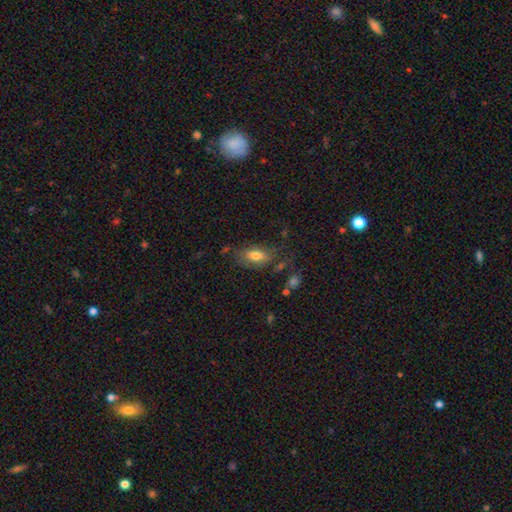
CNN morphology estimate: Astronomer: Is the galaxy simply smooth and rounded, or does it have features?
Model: smooth — 71%.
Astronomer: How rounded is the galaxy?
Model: in between — 83%.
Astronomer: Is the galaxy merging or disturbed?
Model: none — 62%.